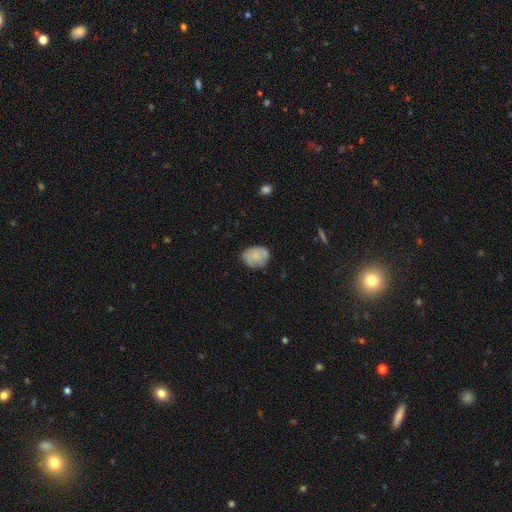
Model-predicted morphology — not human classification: This appears to be a smooth galaxy with no disk features (71%) that is in between round and cigar-shaped (61%). Merging: none (71%).